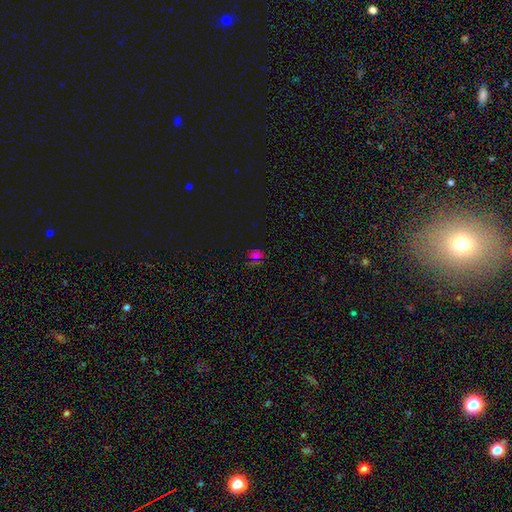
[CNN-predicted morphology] A smooth galaxy with no disk features (46%). Merging: none (75%).